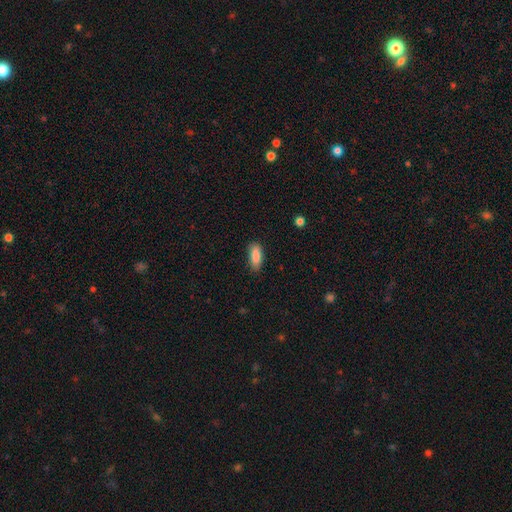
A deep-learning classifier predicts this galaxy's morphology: The model was most divided on "how rounded": in between: 74%, cigar-shaped: 24%, round: 2%. More confident: smooth or featured — smooth (88%); merging — none (83%).